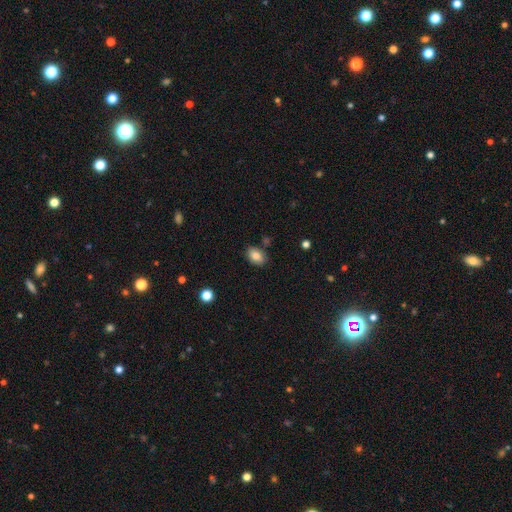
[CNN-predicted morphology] Smooth or featured? Predicted: smooth (p=0.84). How rounded? Predicted: in between (p=0.82). Merging? Predicted: none (p=0.79).